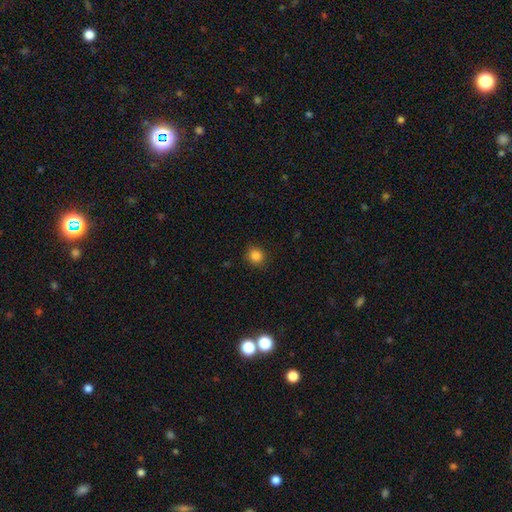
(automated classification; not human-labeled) This is clearly a smooth galaxy (85%). How rounded: clearly round (88%). Merging: clearly none (89%).